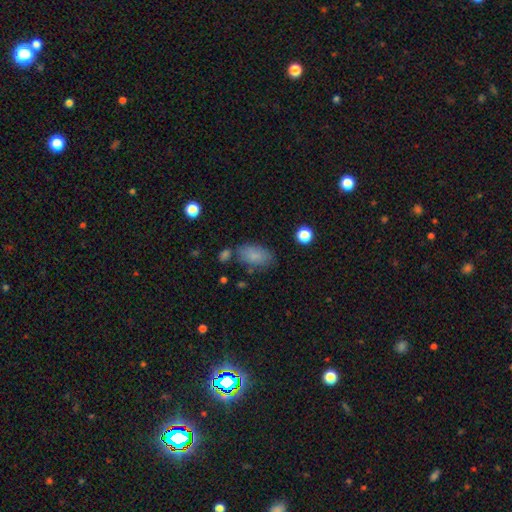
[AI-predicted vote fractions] Smooth or featured? Predicted: smooth (p=0.83). How rounded? Predicted: in between (p=0.92). Merging? Predicted: none (p=0.69).